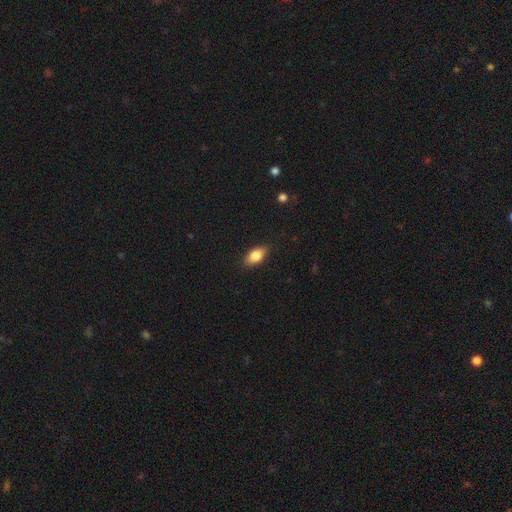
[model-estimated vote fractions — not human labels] This appears to be a smooth galaxy with no disk features (82%) that is in between round and cigar-shaped (88%). Merging: none (87%).